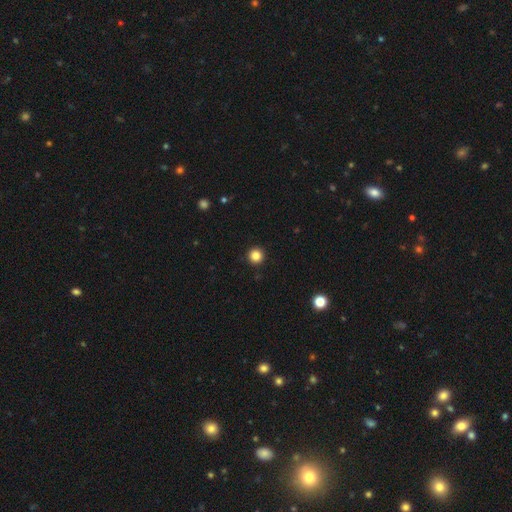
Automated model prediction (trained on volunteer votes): smooth_or_featured: smooth (p=0.85) [alt: star or artifact p=0.12]
how_rounded: round (p=0.96) [alt: in between p=0.03]
merging: none (p=0.94) [alt: minor disturbance p=0.04]